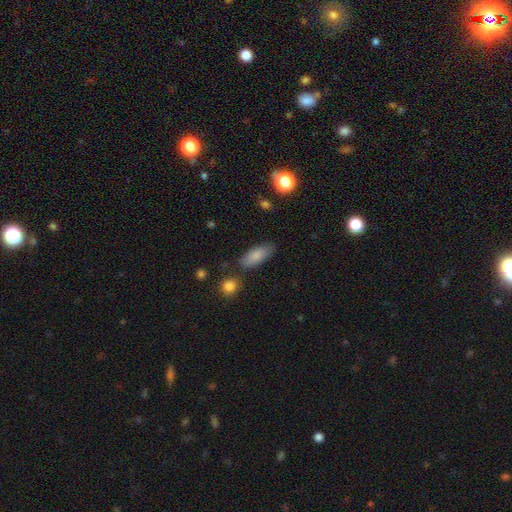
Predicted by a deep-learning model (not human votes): This is clearly a smooth galaxy (84%). How rounded: likely in between (79%). Merging: likely none (77%).